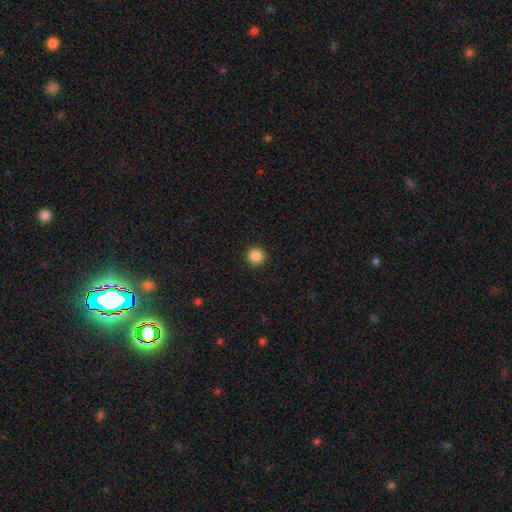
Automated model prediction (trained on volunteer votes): Smooth or featured? Predicted: smooth (p=0.86). How rounded? Predicted: round (p=0.94). Merging? Predicted: none (p=0.92).